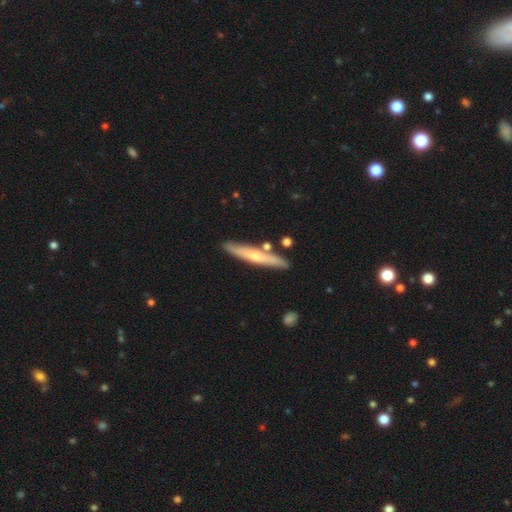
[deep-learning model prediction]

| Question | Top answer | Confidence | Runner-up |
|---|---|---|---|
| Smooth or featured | featured or disk | 48% | smooth (46%) |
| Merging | none | 82% | minor disturbance (11%) |